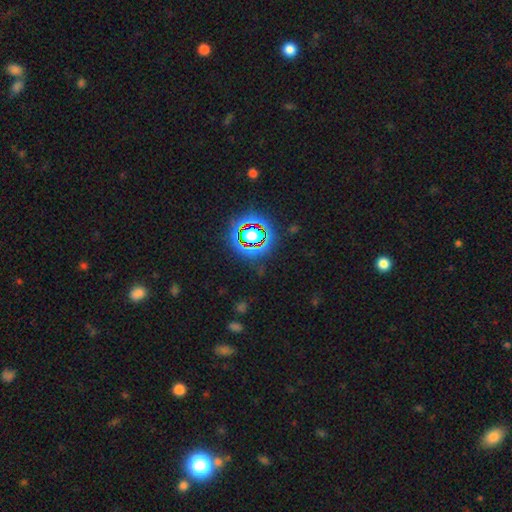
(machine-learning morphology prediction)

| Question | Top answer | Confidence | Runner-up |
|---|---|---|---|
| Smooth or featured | star or artifact | 79% | smooth (12%) |